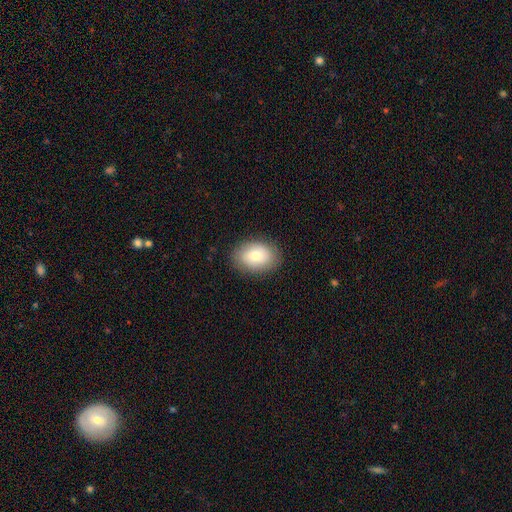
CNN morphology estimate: The model was most divided on "smooth or featured": smooth: 75%, featured or disk: 18%, star or artifact: 7%. More confident: merging — none (85%); how rounded — in between (82%).